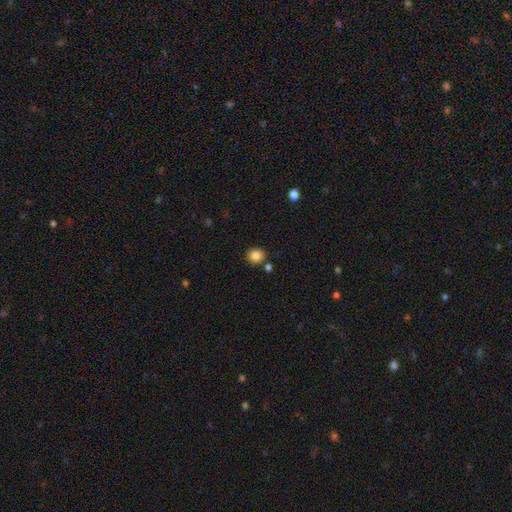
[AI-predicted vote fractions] smooth 85%, star or artifact 10%, featured or disk 5%. Down the decision tree: how rounded — round (86%); merging — none (83%).